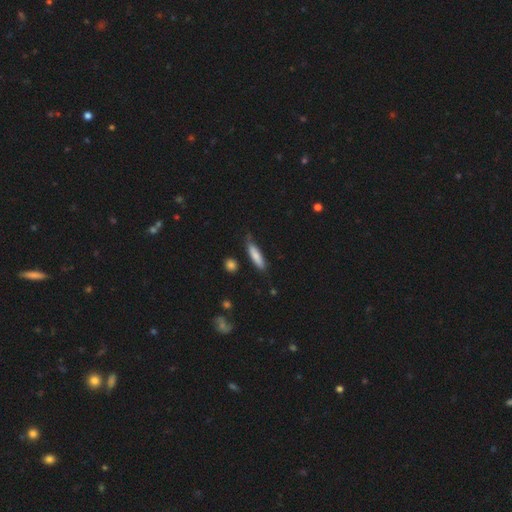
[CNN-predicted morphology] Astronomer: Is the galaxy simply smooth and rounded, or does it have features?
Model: smooth — 78%.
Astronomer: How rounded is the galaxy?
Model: cigar-shaped — 74%.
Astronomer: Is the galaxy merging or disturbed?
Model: none — 71%.